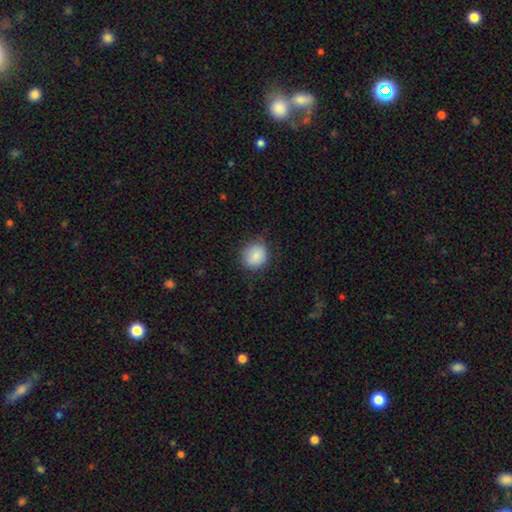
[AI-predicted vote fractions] Overall: smooth (86%). How rounded: round (78%). Merging: none (79%).